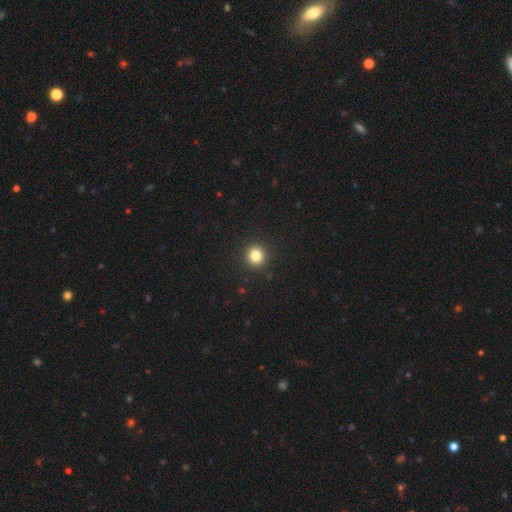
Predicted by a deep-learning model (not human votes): smooth_or_featured: smooth (p=0.83) [alt: star or artifact p=0.12]
how_rounded: round (p=0.92) [alt: in between p=0.07]
merging: none (p=0.92) [alt: minor disturbance p=0.05]